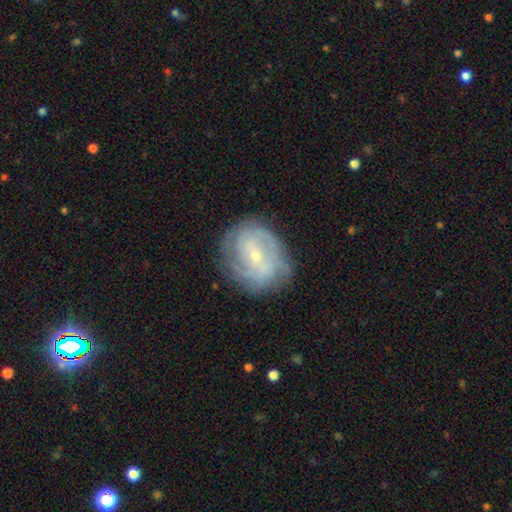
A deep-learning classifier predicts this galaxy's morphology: featured or disk 76%, smooth 17%, star or artifact 7%. Down the decision tree: edge-on disk — no (97%); bar — weak (46%); spiral arms — yes (83%); spiral arm count — can't tell (41%); spiral winding — tight (57%); bulge size — small (72%); merging — none (73%).